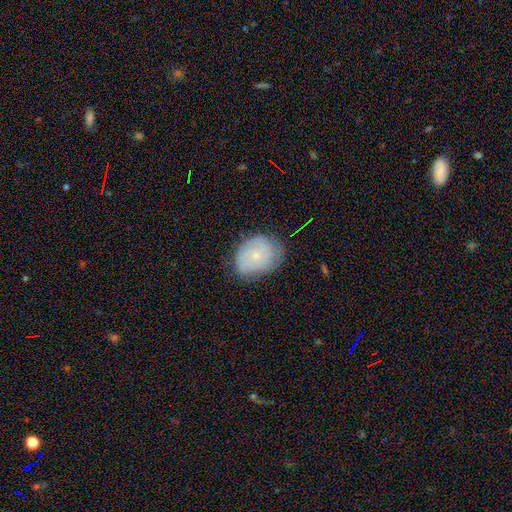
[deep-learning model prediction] Q: Smooth or featured?
A: smooth (57%); runner-up: featured or disk (35%)
Q: How rounded?
A: round (51%); runner-up: in between (48%)
Q: Merging?
A: none (65%); runner-up: minor disturbance (27%)